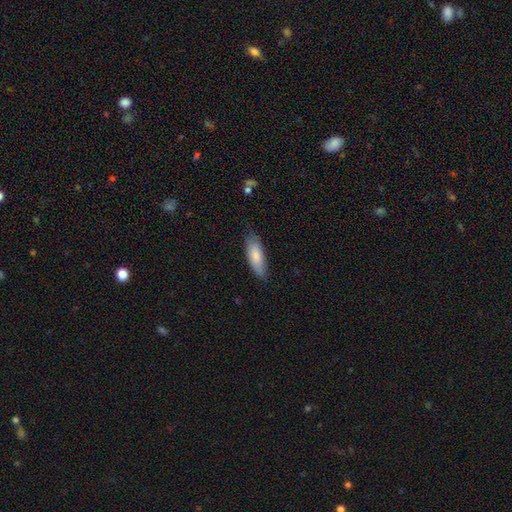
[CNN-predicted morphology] smooth_or_featured: smooth (p=0.81) [alt: featured or disk p=0.13]
how_rounded: in between (p=0.62) [alt: cigar-shaped p=0.37]
merging: none (p=0.76) [alt: minor disturbance p=0.19]